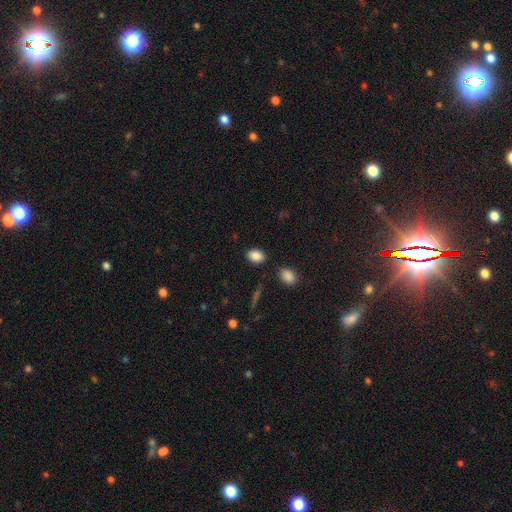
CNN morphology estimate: type=smooth (87%); roundness=in between (77%); merging=none (85%).